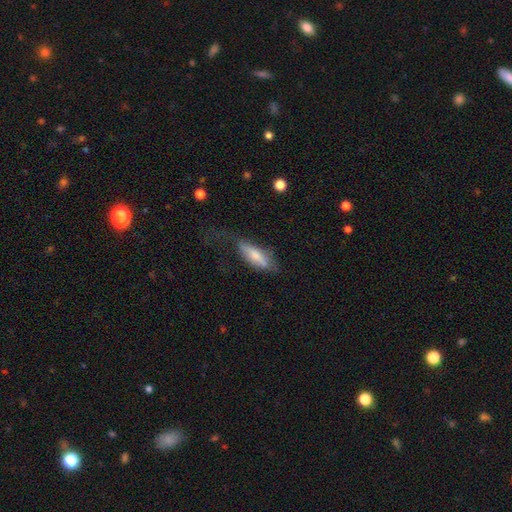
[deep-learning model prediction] A smooth galaxy with no disk features (59%) that is cigar-shaped (50%).

Vote fractions:
- Smooth or featured? smooth: 59% / featured or disk: 34% / star or artifact: 7%
- How rounded? cigar-shaped: 50% / in between: 48% / round: 2%
- Merging? none: 47% / minor disturbance: 29% / major disturbance: 21% / merger: 3%